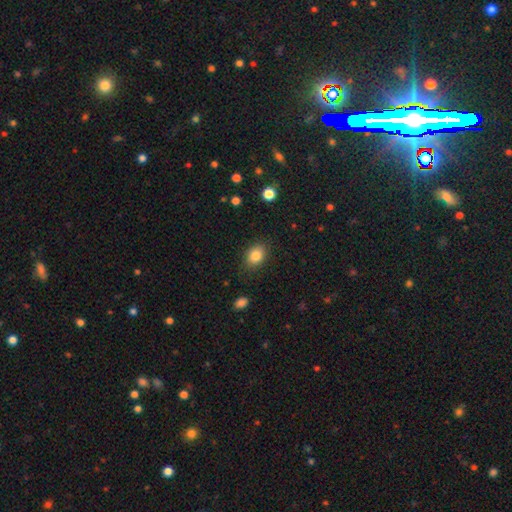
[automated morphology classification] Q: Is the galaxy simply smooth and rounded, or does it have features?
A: smooth — 84%.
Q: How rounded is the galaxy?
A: in between — 68%.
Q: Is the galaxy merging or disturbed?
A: none — 84%.